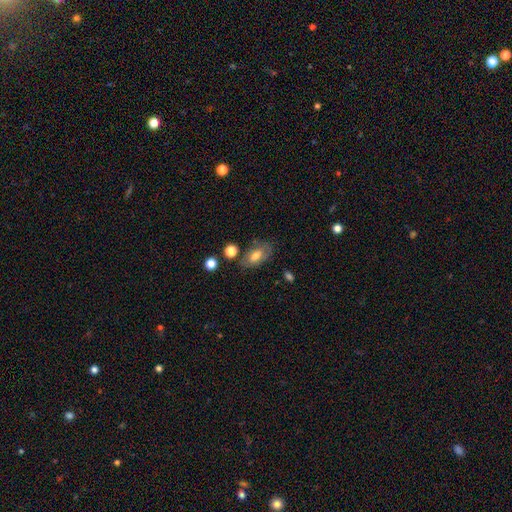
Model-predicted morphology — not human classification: The model was most divided on "smooth or featured": smooth: 68%, featured or disk: 23%, star or artifact: 9%. More confident: how rounded — in between (89%); merging — none (69%).